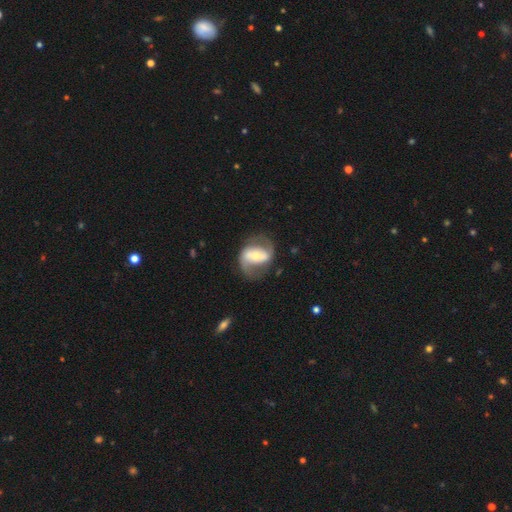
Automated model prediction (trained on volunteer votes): This is likely a featured or disk galaxy (76%). It is clearly not viewed edge-on (95%). Bar: possibly strong (52%). Spiral arm pattern: clearly yes (83%). Spiral arm count: clearly 2 (87%). Spiral winding: possibly medium (45%). Central bulge: possibly moderate (48%). Merging: likely none (70%).